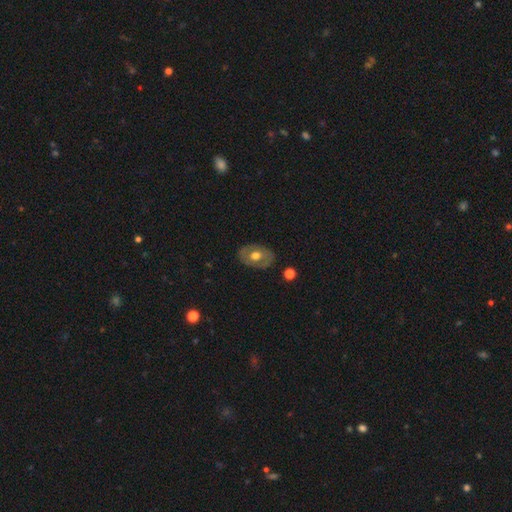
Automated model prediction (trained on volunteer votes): featured or disk 48%, smooth 45%, star or artifact 7%. Down the decision tree: merging — none (82%).